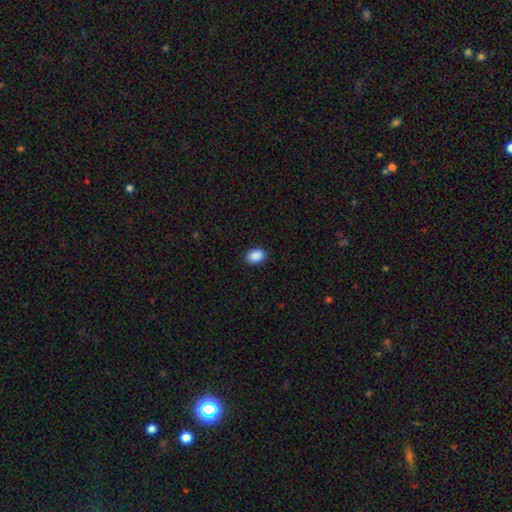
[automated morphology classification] Smooth or featured? Predicted: smooth (p=0.90). How rounded? Predicted: in between (p=0.76). Merging? Predicted: none (p=0.89).